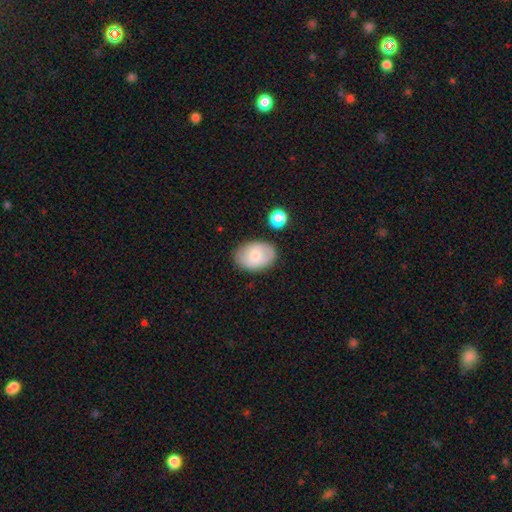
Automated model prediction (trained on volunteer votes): This is likely a smooth galaxy (71%). How rounded: clearly in between (80%). Merging: likely none (78%).